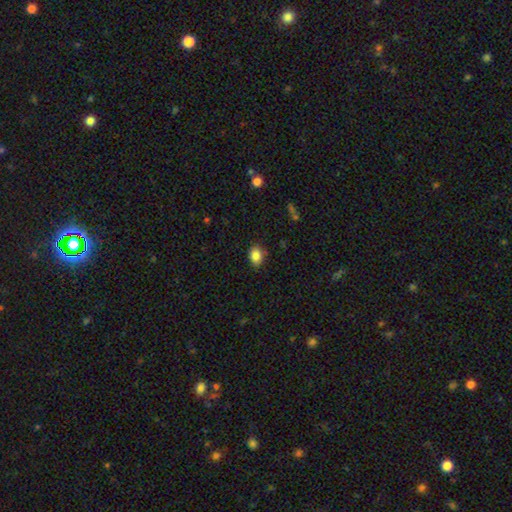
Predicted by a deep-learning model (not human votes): A smooth galaxy with no disk features (86%) that is in between round and cigar-shaped (71%). Merging: none (82%).